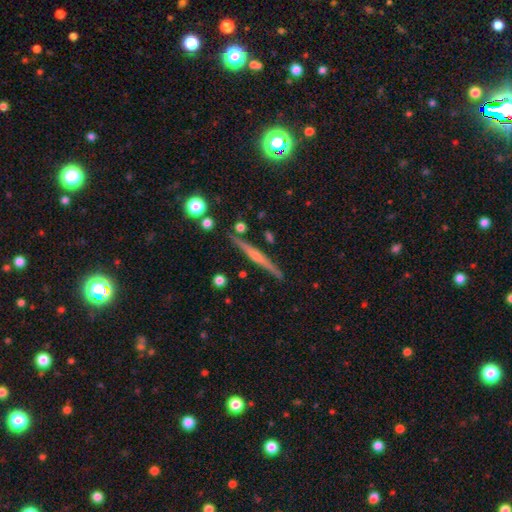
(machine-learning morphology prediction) This appears to be a featured or disk galaxy (65%) viewed edge-on (94%) with a rounded central bulge (59%). Merging: none (85%).